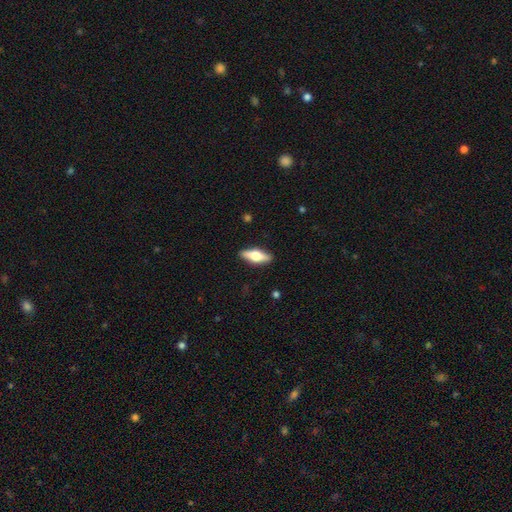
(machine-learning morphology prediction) A smooth galaxy with no disk features (48%).

Vote fractions:
- Smooth or featured? smooth: 48% / featured or disk: 46% / star or artifact: 6%
- Merging? none: 89% / minor disturbance: 8% / major disturbance: 2% / merger: 1%